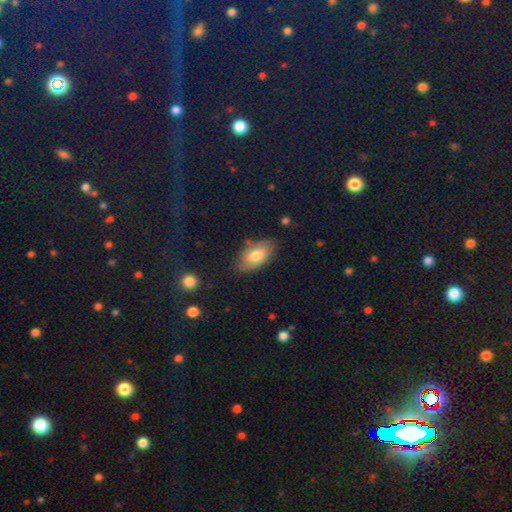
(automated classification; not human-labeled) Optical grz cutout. It shows a smooth galaxy with no disk features (64%) that is in between round and cigar-shaped (93%). Merging: none (72%).